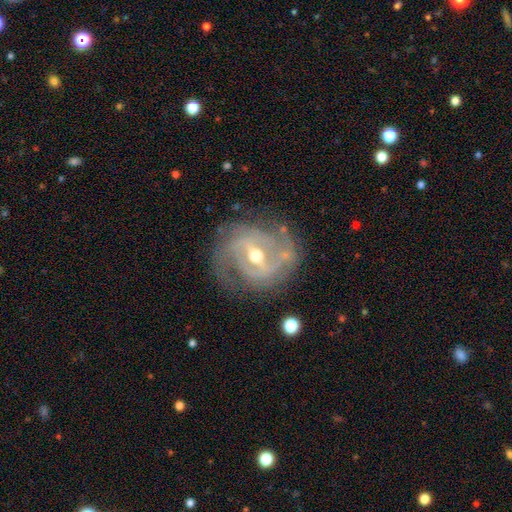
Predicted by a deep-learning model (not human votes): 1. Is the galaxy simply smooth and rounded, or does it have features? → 88% featured or disk, 6% smooth, 5% star or artifact.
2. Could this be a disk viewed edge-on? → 97% no, 3% yes.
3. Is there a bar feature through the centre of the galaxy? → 45% weak, 39% strong, 16% no.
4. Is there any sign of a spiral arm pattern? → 94% yes, 6% no.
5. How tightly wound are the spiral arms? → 50% tight, 39% medium, 11% loose.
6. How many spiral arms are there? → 53% 2, 18% can't tell, 17% 3, 4% 4, 4% 1, 3% more than 4.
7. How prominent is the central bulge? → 66% moderate, 29% small, 3% large, 1% none, 1% dominant.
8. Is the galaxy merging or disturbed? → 72% none, 18% minor disturbance, 8% major disturbance, 2% merger.